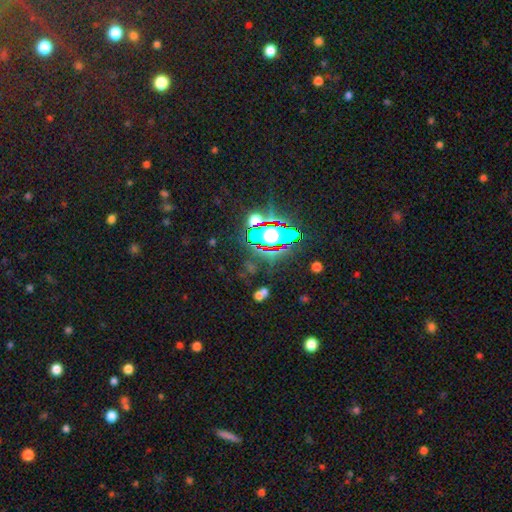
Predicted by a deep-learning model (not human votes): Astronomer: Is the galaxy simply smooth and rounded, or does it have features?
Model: star or artifact — 83%.